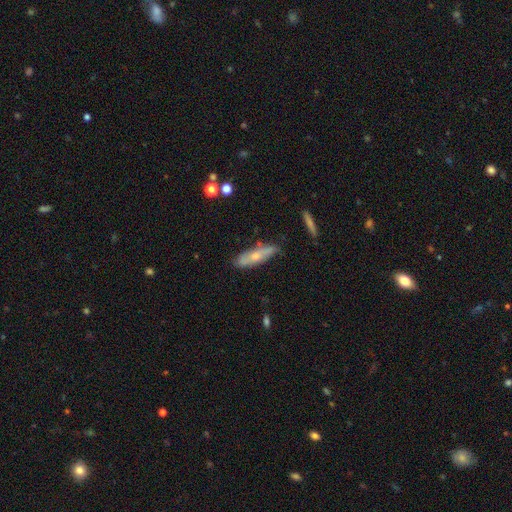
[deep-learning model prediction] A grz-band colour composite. It shows a featured or disk galaxy (47%). Merging: none (72%).